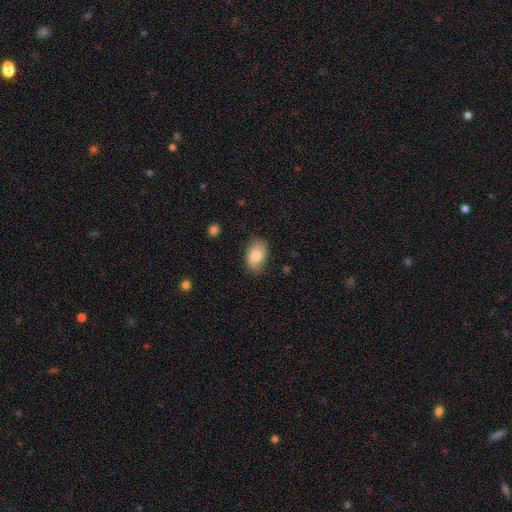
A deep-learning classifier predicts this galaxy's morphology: A smooth galaxy with no disk features (82%) that is in between round and cigar-shaped (90%). Merging: none (79%).